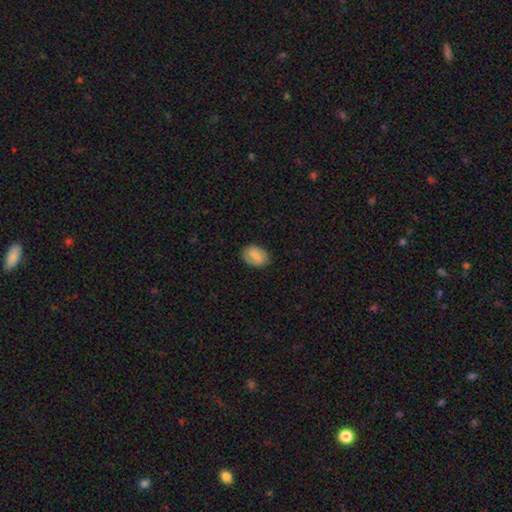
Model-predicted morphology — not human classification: Smooth or featured? smooth (73%)
How rounded? in between (75%)
Merging? none (81%)